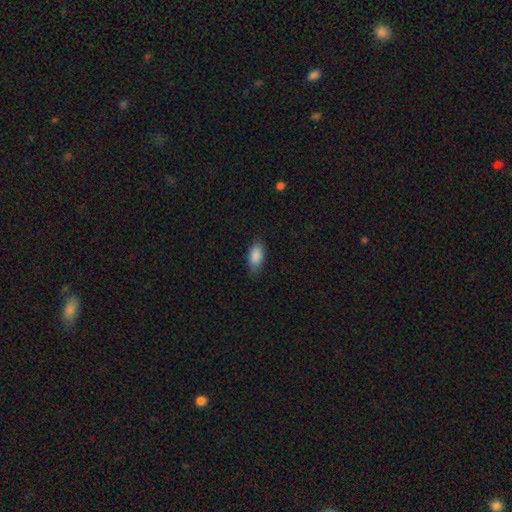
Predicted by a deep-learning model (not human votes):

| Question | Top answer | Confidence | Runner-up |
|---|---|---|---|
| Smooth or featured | smooth | 89% | star or artifact (7%) |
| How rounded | in between | 90% | cigar-shaped (7%) |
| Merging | none | 79% | minor disturbance (16%) |